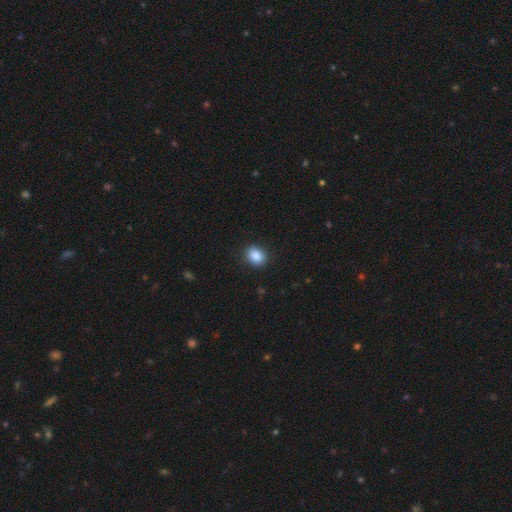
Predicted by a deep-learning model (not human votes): Morphology: type=smooth (88%); roundness=in between (56%); merging=none (88%).